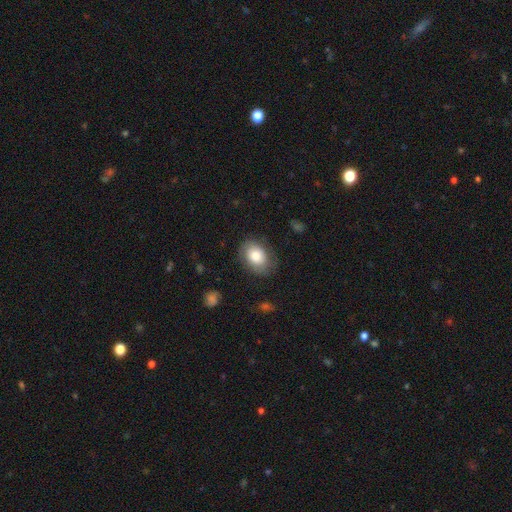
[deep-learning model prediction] The model was most divided on "how rounded": in between: 76%, round: 23%, cigar-shaped: 1%. More confident: smooth or featured — smooth (77%); merging — none (74%).